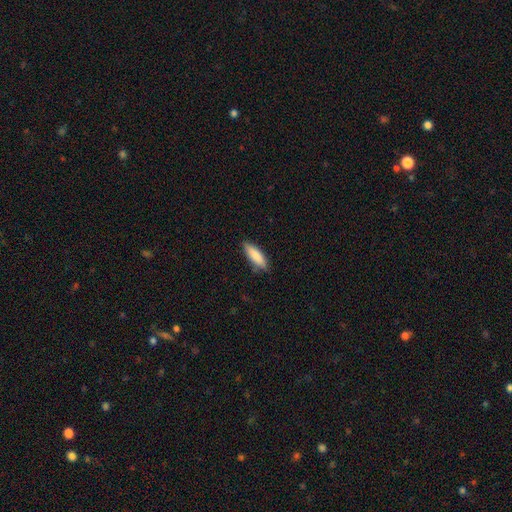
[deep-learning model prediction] This appears to be a smooth galaxy with no disk features (85%) that is in between round and cigar-shaped (52%). Merging: none (80%).